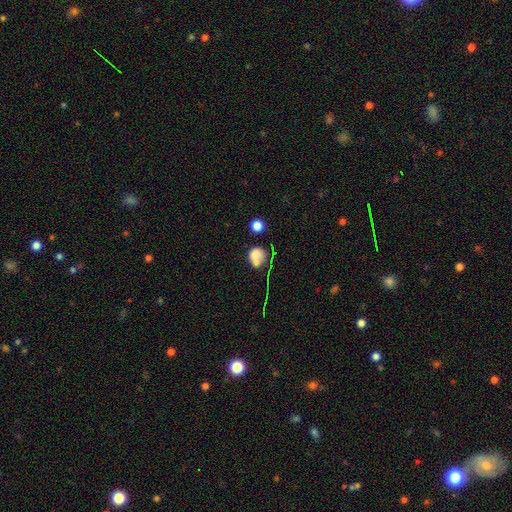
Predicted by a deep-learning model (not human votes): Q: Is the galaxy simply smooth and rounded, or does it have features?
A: smooth — 70%.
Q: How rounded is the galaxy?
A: round — 70%.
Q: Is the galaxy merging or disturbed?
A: merger — 37%.